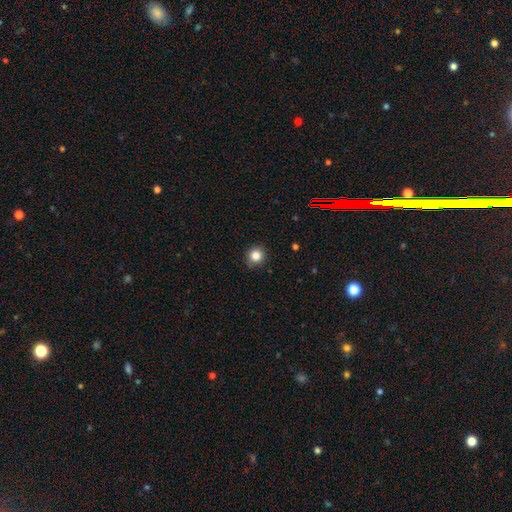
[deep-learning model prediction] Morphology: type=smooth (85%); roundness=round (91%); merging=none (88%).